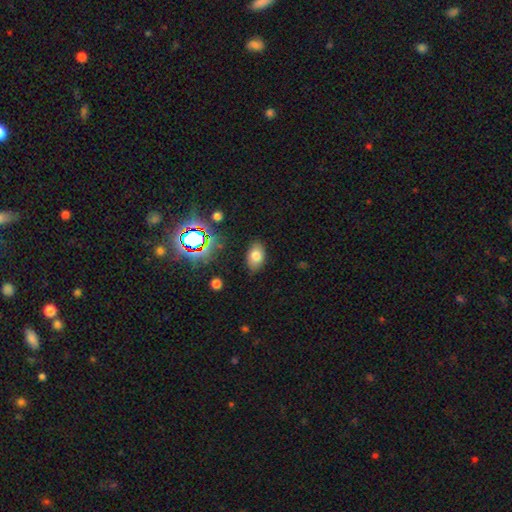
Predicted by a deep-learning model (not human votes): The model was most divided on "smooth or featured": smooth: 75%, star or artifact: 14%, featured or disk: 11%. More confident: how rounded — in between (88%); merging — none (83%).